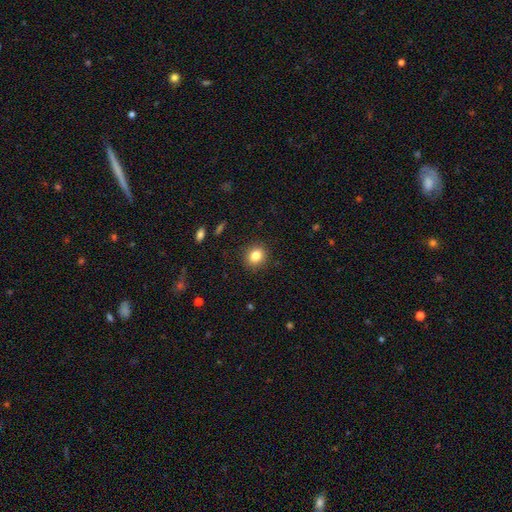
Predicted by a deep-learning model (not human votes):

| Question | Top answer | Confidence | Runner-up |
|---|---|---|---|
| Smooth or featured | smooth | 84% | star or artifact (10%) |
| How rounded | round | 73% | in between (27%) |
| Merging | none | 90% | minor disturbance (7%) |